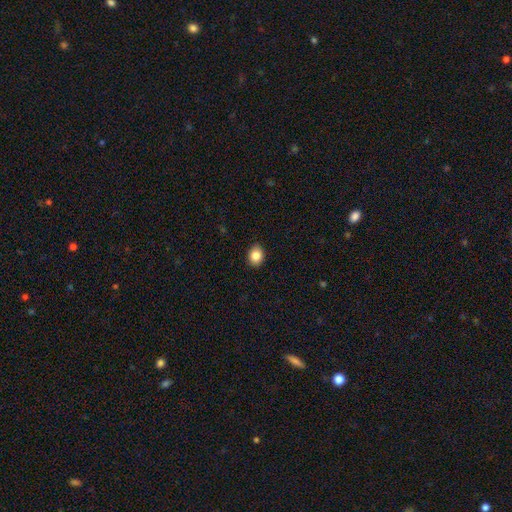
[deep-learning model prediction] Q: Smooth or featured?
A: smooth (84%); runner-up: star or artifact (9%)
Q: How rounded?
A: in between (53%); runner-up: round (46%)
Q: Merging?
A: none (89%); runner-up: minor disturbance (9%)